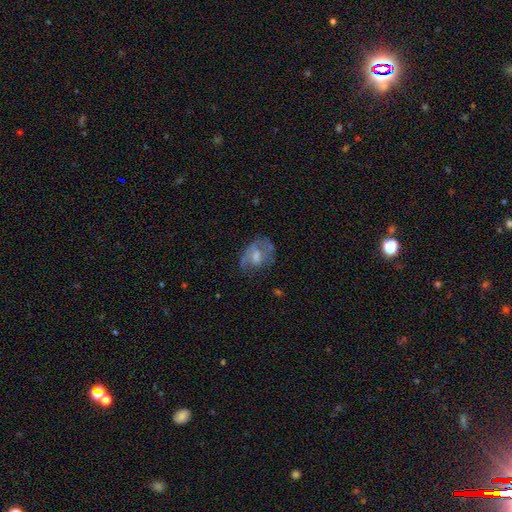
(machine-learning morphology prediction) Smooth or featured: featured or disk — 52% (smooth — 39%)
Edge-on disk: no — 96% (yes — 4%)
Bar: no — 50% (weak — 39%)
Spiral arms: no — 53% (yes — 47%)
Bulge size: moderate — 42% (small — 22%)
Merging: none — 46% (minor disturbance — 26%)